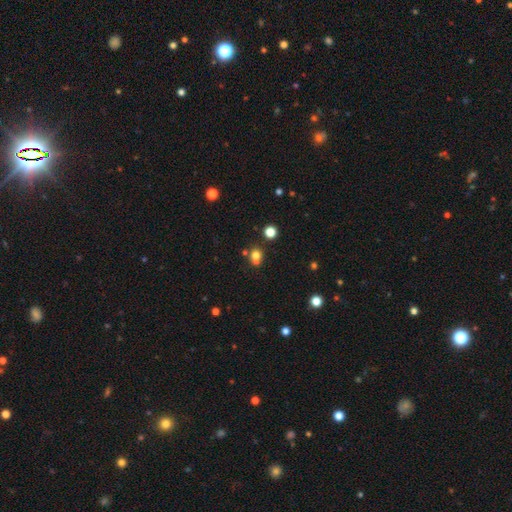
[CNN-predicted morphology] smooth-or-featured: smooth: 72% | star or artifact: 18% | featured or disk: 11%
  how-rounded: round: 81% | in between: 18% | cigar-shaped: 1%
  merging: none: 53% | merger: 36% | minor disturbance: 8% | major disturbance: 3%